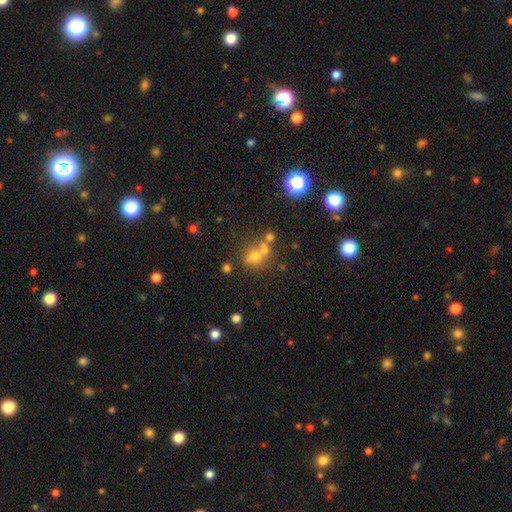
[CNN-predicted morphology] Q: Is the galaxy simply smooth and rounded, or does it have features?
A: smooth — 56%.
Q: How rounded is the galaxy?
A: round — 79%.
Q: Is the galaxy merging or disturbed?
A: none — 47%.